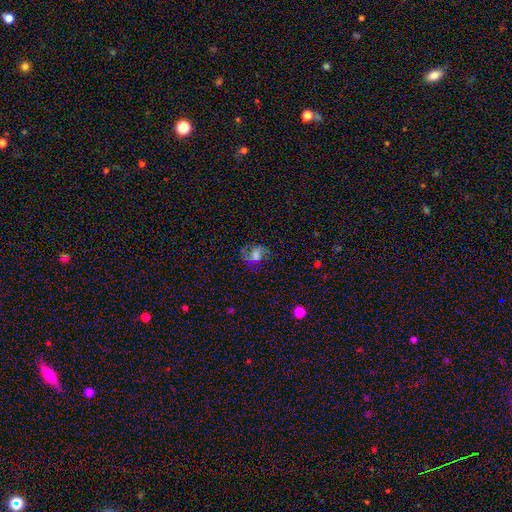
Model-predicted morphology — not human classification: A featured or disk galaxy (45%). Merging: none (58%).